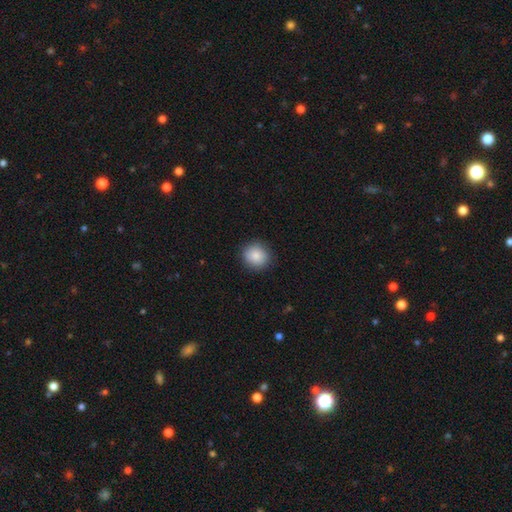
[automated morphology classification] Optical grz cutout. It shows a smooth galaxy with no disk features (86%) that is round (90%). Merging: none (89%).